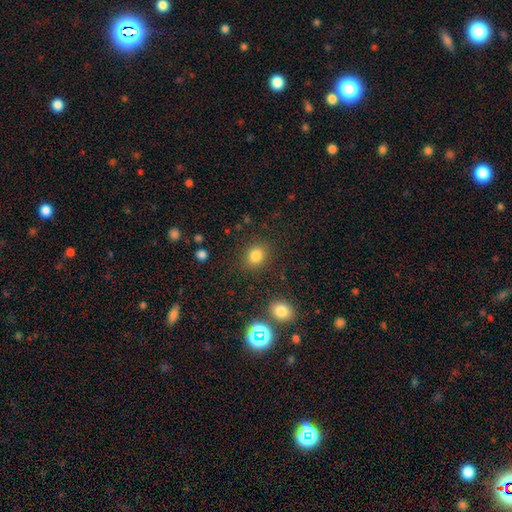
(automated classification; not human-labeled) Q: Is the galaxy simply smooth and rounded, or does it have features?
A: smooth — 81%.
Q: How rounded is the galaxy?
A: round — 60%.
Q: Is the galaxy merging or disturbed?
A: none — 84%.